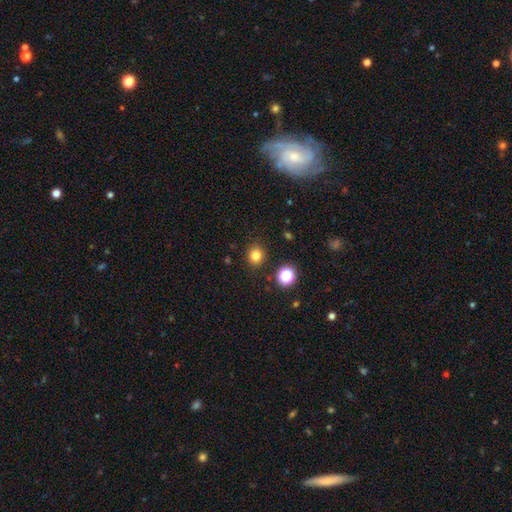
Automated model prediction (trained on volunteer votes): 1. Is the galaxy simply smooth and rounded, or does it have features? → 81% smooth, 14% star or artifact, 5% featured or disk.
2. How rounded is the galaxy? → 79% round, 20% in between, 1% cigar-shaped.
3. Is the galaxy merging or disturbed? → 88% none, 7% minor disturbance, 3% major disturbance, 2% merger.